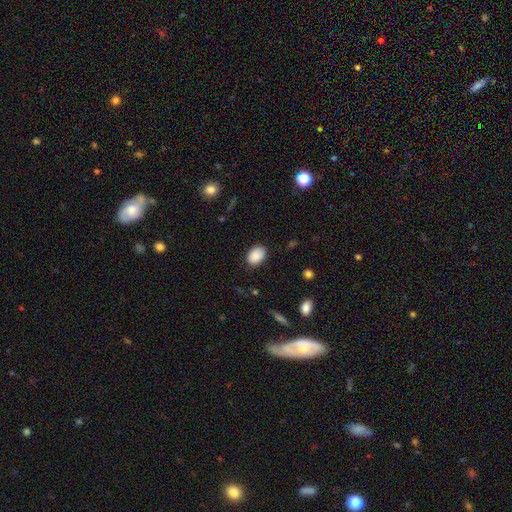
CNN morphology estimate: smooth-or-featured: smooth: 88% | star or artifact: 8% | featured or disk: 4%
  how-rounded: in between: 78% | round: 21% | cigar-shaped: 1%
  merging: none: 86% | minor disturbance: 11% | major disturbance: 3% | merger: 1%